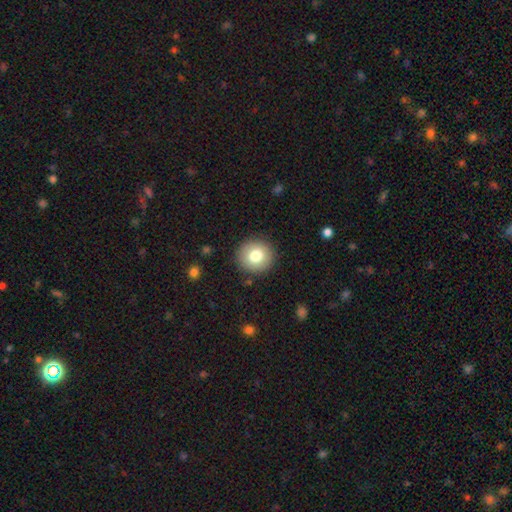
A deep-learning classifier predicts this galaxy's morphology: A smooth galaxy with no disk features (78%) that is round (92%). Merging: none (90%).